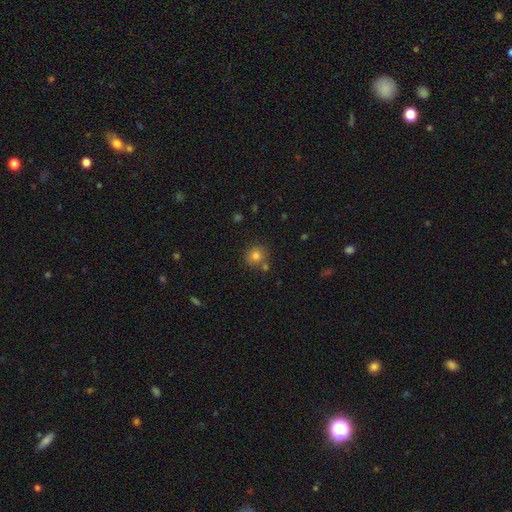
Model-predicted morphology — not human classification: Smooth or featured: smooth — 80% (star or artifact — 12%)
How rounded: round — 87% (in between — 12%)
Merging: none — 74% (merger — 12%)